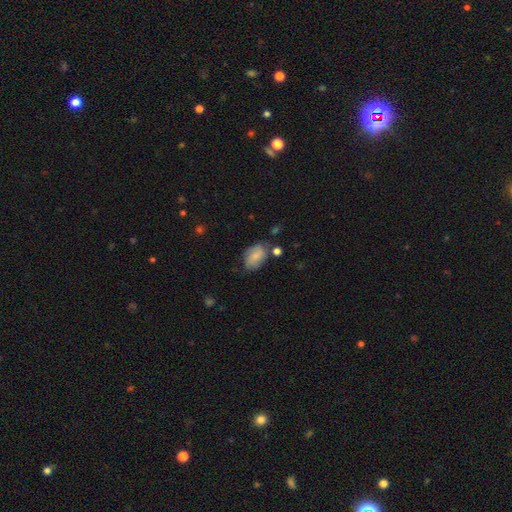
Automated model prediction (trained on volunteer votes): Smooth or featured: smooth — 73% (featured or disk — 19%)
How rounded: in between — 88% (round — 10%)
Merging: none — 59% (minor disturbance — 26%)